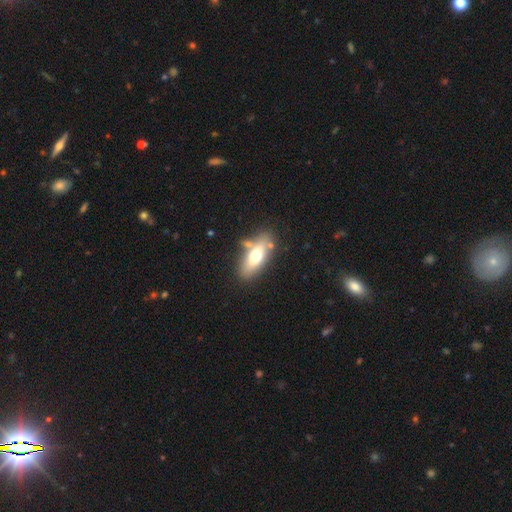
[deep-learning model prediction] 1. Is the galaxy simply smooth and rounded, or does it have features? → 62% smooth, 31% featured or disk, 7% star or artifact.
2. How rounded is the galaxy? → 71% in between, 25% cigar-shaped, 3% round.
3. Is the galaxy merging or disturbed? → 70% none, 14% minor disturbance, 11% merger, 5% major disturbance.